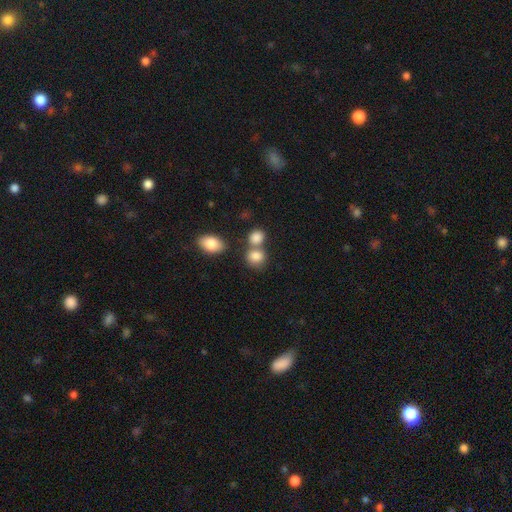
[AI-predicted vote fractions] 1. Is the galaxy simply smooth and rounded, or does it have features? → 85% smooth, 9% star or artifact, 7% featured or disk.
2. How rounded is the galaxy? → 61% round, 38% in between, 1% cigar-shaped.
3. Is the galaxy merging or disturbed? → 47% none, 39% merger, 10% minor disturbance, 4% major disturbance.